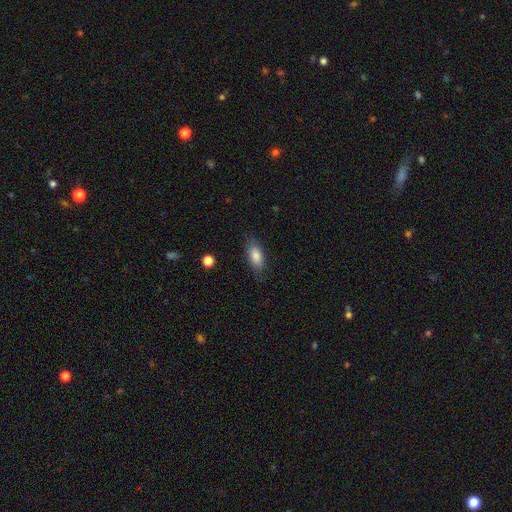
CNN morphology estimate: smooth-or-featured: smooth: 84% | featured or disk: 9% | star or artifact: 7%
  how-rounded: in between: 84% | cigar-shaped: 13% | round: 3%
  merging: none: 81% | minor disturbance: 14% | major disturbance: 4% | merger: 1%